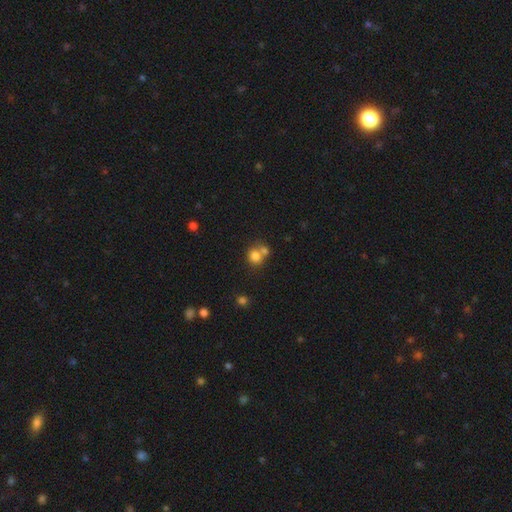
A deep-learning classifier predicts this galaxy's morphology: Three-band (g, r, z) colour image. It shows a smooth galaxy with no disk features (79%) that is round (79%). Merging: none (46%).